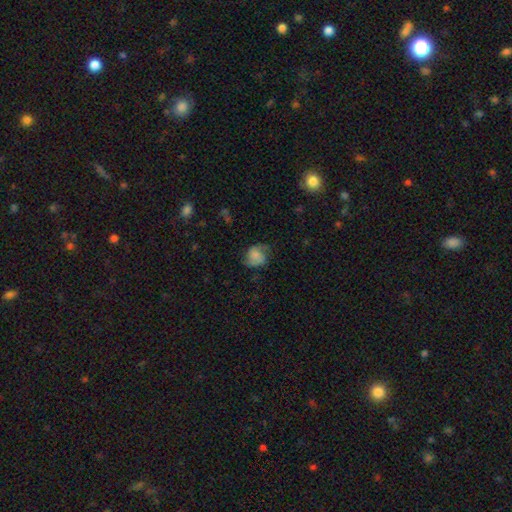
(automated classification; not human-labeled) Smooth or featured: featured or disk — 50% (smooth — 41%)
Merging: none — 60% (minor disturbance — 24%)